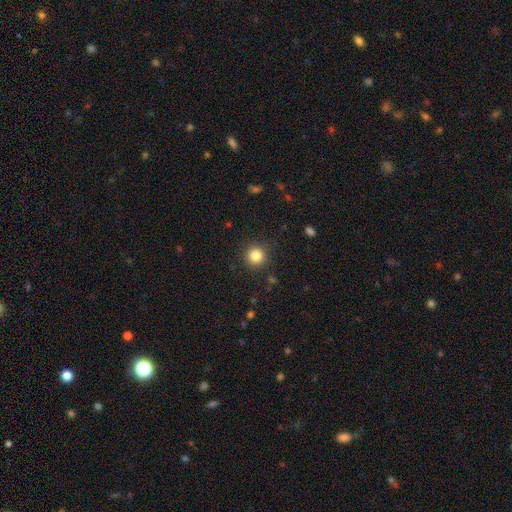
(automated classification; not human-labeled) Smooth or featured? smooth (83%)
How rounded? round (94%)
Merging? none (90%)